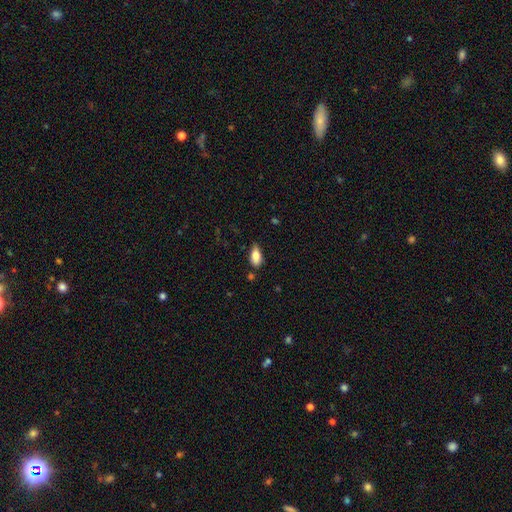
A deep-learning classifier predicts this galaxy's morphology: A smooth galaxy with no disk features (80%) that is in between round and cigar-shaped (88%). Merging: none (70%).